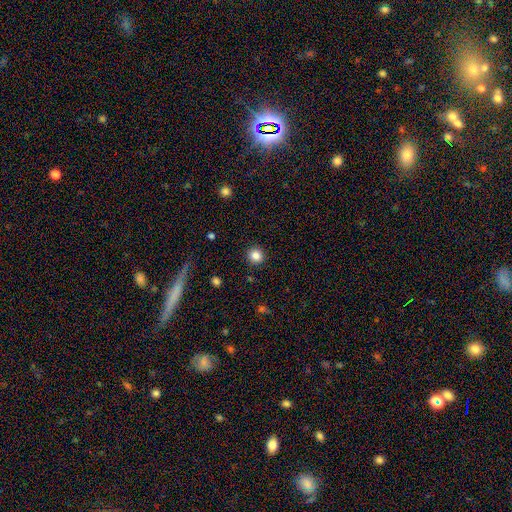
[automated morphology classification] Smooth or featured? Predicted: smooth (p=0.85). How rounded? Predicted: round (p=0.91). Merging? Predicted: none (p=0.91).